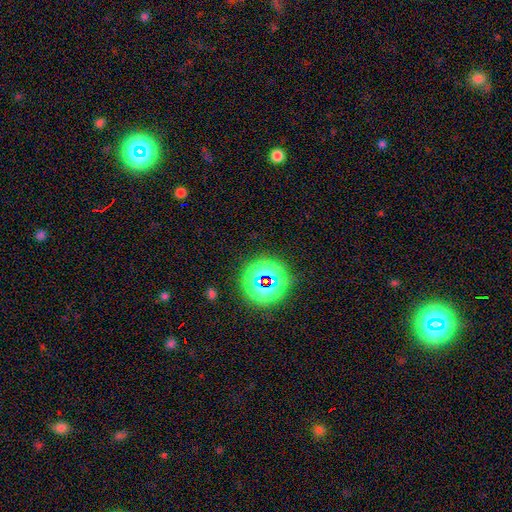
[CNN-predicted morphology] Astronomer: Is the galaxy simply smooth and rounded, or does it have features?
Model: star or artifact — 79%.